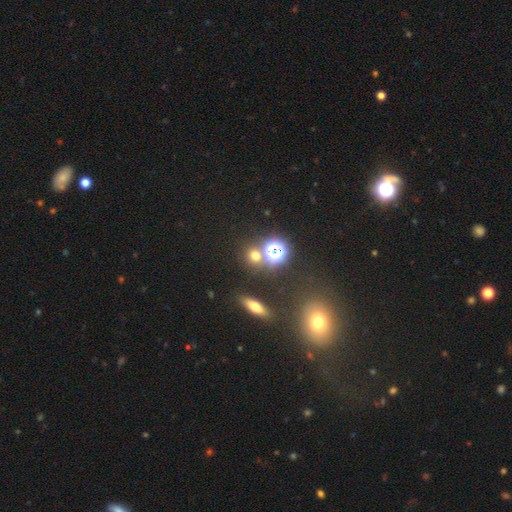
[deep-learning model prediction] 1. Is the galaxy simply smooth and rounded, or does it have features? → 57% smooth, 35% star or artifact, 8% featured or disk.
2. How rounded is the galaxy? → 85% round, 13% in between, 2% cigar-shaped.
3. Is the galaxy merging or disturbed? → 76% none, 13% merger, 7% minor disturbance, 3% major disturbance.